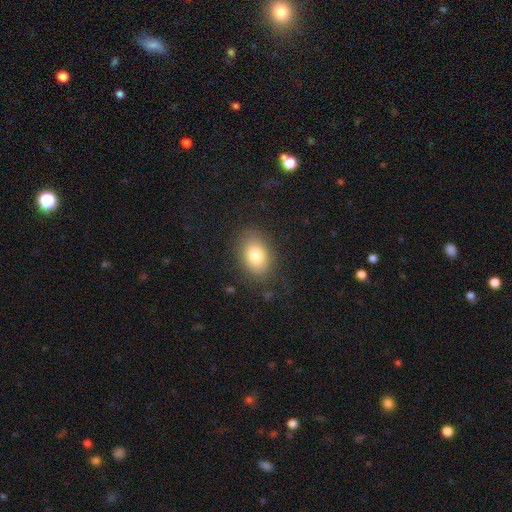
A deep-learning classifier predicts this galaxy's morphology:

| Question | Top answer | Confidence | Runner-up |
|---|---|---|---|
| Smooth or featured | smooth | 79% | featured or disk (13%) |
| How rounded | in between | 80% | round (19%) |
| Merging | none | 81% | minor disturbance (13%) |